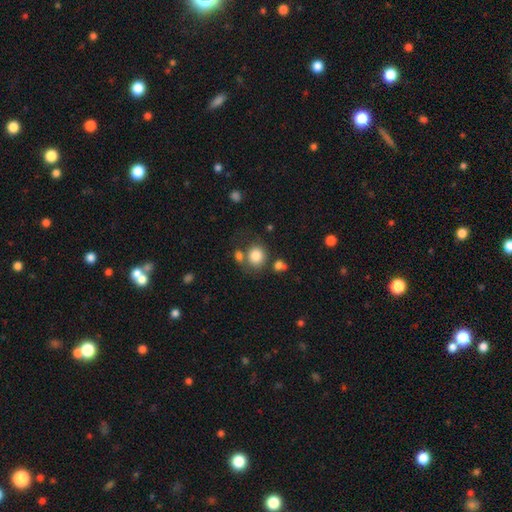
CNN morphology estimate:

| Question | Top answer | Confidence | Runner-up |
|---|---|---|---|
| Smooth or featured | smooth | 83% | star or artifact (10%) |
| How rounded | round | 76% | in between (24%) |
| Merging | none | 61% | merger (19%) |